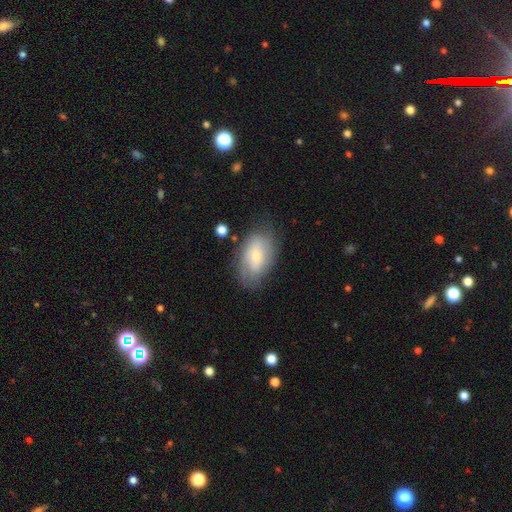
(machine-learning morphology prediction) smooth_or_featured: smooth (p=0.54) [alt: featured or disk p=0.38]
how_rounded: in between (p=0.90) [alt: round p=0.08]
merging: none (p=0.71) [alt: minor disturbance p=0.20]